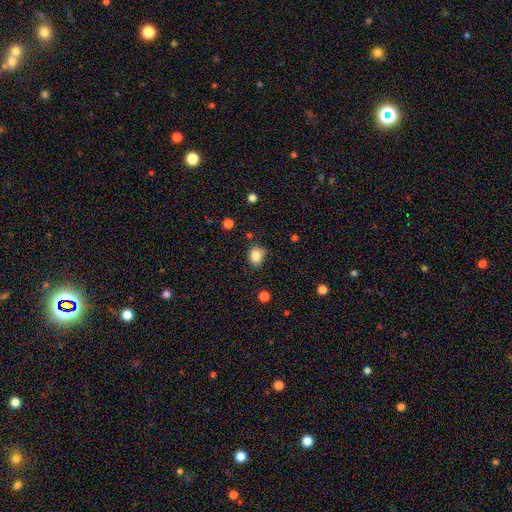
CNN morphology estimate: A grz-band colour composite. It shows a smooth galaxy with no disk features (84%) that is round (57%). Merging: none (79%).